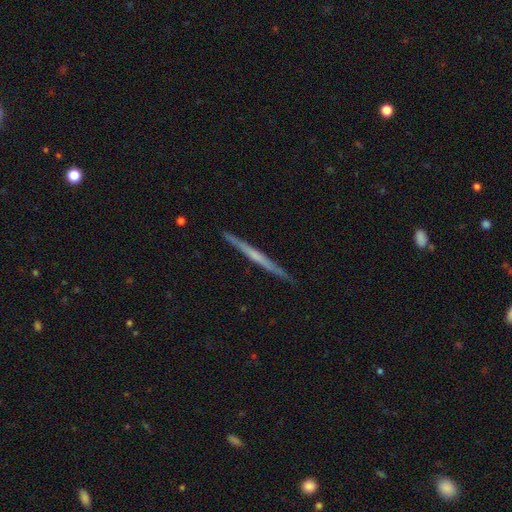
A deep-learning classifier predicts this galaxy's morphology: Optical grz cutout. It shows a featured or disk galaxy (62%) viewed edge-on (98%) with no central bulge (75%). Merging: none (91%).